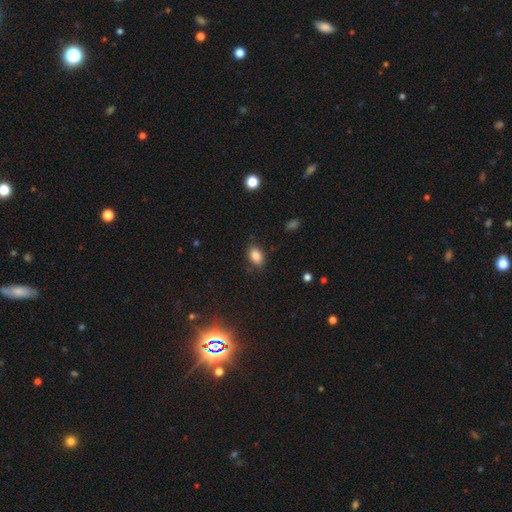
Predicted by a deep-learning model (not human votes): A smooth galaxy with no disk features (86%) that is in between round and cigar-shaped (84%).

Vote fractions:
- Smooth or featured? smooth: 86% / star or artifact: 9% / featured or disk: 5%
- How rounded? in between: 84% / round: 15% / cigar-shaped: 1%
- Merging? none: 84% / minor disturbance: 11% / major disturbance: 3% / merger: 1%